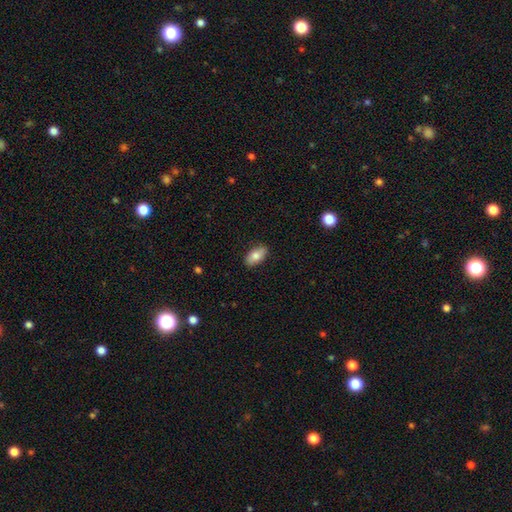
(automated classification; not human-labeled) The model was most divided on "smooth or featured": smooth: 78%, featured or disk: 15%, star or artifact: 7%. More confident: how rounded — in between (92%); merging — none (87%).